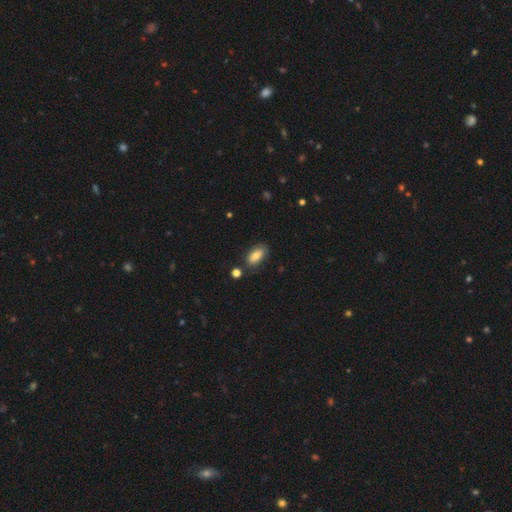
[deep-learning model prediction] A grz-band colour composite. It shows a smooth galaxy with no disk features (81%) that is in between round and cigar-shaped (90%). Merging: none (74%).